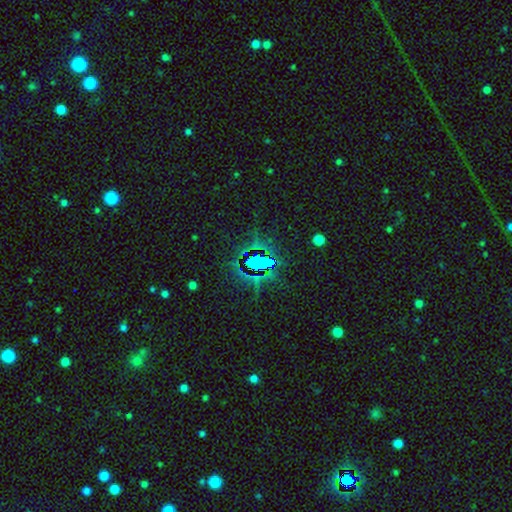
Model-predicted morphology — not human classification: This appears to be a star or artifact, not a galaxy (75%).